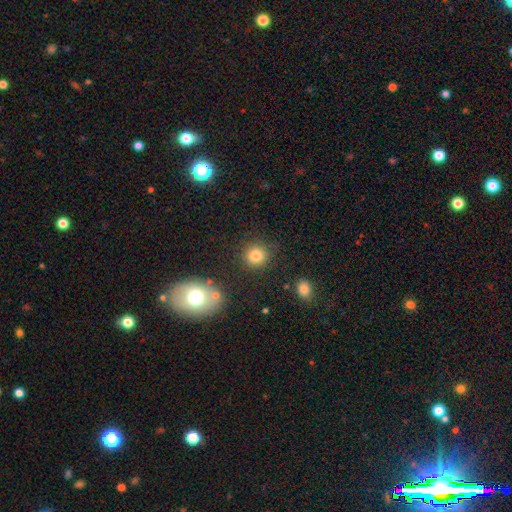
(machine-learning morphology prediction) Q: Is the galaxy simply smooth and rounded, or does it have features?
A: smooth — 82%.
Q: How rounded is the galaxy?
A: round — 90%.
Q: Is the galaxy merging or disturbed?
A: none — 85%.